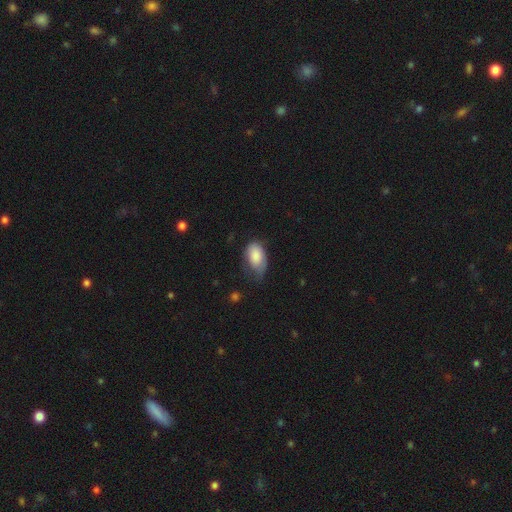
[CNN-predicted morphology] Smooth or featured? smooth (82%)
How rounded? in between (92%)
Merging? minor disturbance (41%, tied with none)